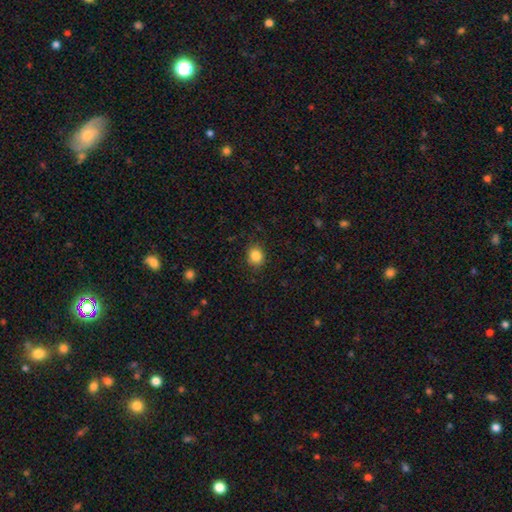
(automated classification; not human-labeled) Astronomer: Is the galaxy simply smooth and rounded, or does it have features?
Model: smooth — 85%.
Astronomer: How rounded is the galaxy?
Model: round — 67%.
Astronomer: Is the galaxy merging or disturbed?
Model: none — 86%.